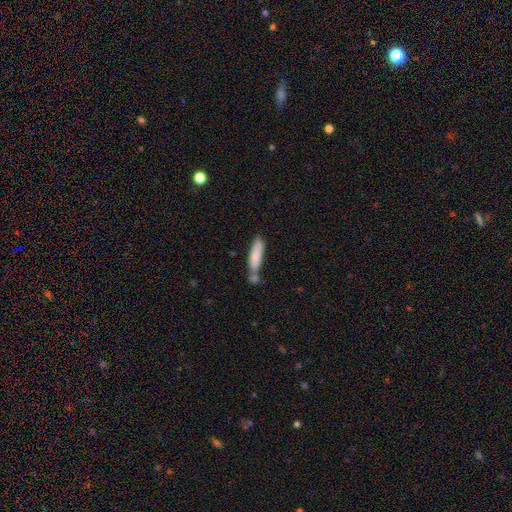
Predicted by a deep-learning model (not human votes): Smooth or featured? smooth (80%)
How rounded? cigar-shaped (72%)
Merging? none (48%)